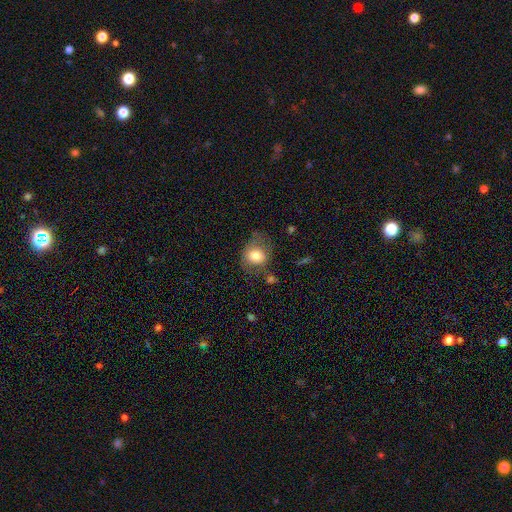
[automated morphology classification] Overall: smooth (76%). How rounded: round (59%; in between 40%). Merging: none (50%; minor disturbance 28%).